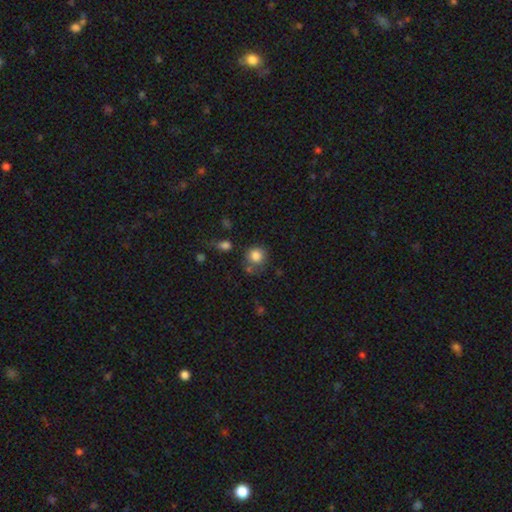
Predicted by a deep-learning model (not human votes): A smooth galaxy with no disk features (83%) that is round (86%). Merging: none (65%).